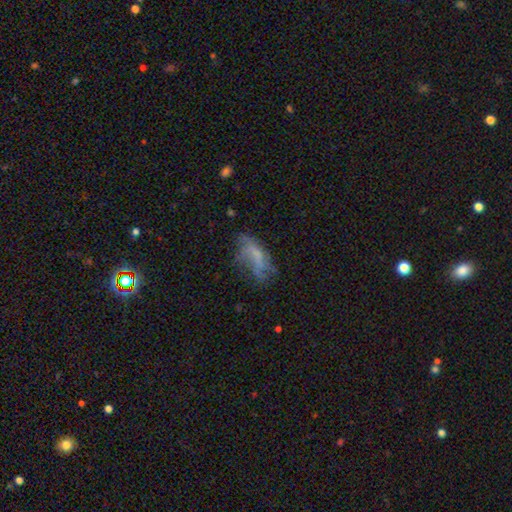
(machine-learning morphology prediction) Smooth or featured? featured or disk (46%)
Merging? none (42%)